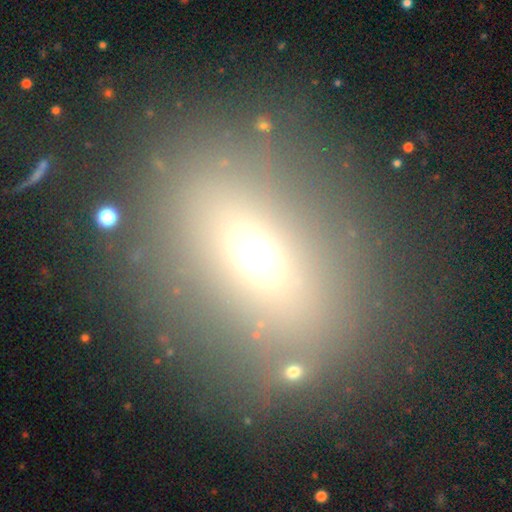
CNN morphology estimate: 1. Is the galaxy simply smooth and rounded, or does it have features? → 61% smooth, 20% star or artifact, 19% featured or disk.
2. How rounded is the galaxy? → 73% in between, 18% round, 8% cigar-shaped.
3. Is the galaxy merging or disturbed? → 73% none, 12% minor disturbance, 8% major disturbance, 7% merger.